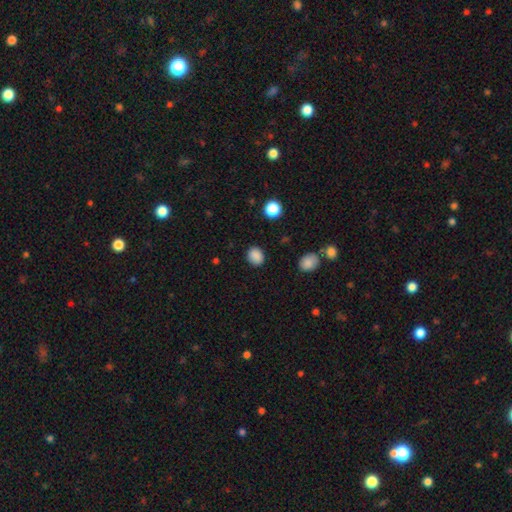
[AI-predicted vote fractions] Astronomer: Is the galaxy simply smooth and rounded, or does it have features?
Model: smooth — 87%.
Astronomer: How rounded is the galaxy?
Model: round — 62%.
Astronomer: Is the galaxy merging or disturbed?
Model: none — 87%.